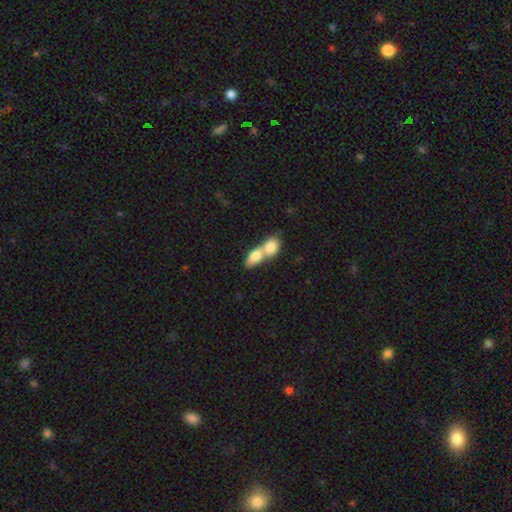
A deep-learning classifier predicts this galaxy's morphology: Q: Smooth or featured?
A: smooth (76%); runner-up: featured or disk (17%)
Q: How rounded?
A: in between (76%); runner-up: round (14%)
Q: Merging?
A: merger (81%); runner-up: none (12%)